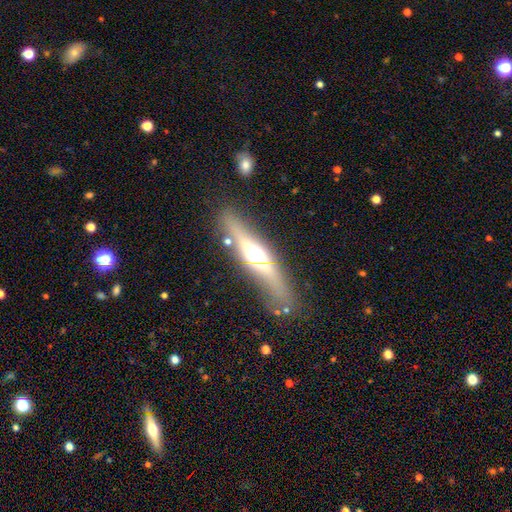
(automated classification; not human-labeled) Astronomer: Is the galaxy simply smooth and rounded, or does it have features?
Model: featured or disk — 67%.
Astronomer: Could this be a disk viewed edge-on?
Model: yes — 90%.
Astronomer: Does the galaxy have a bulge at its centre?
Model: rounded — 92%.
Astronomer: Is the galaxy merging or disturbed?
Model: none — 82%.